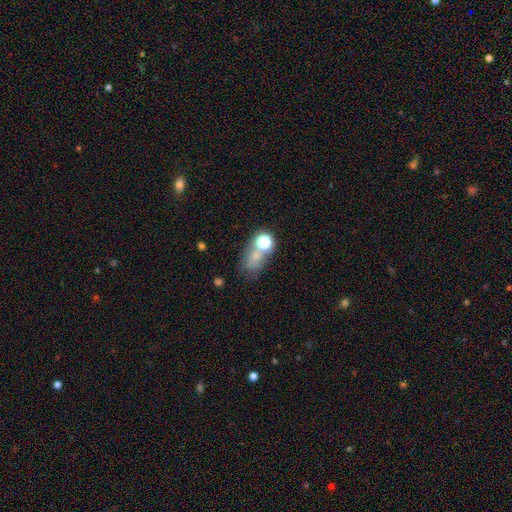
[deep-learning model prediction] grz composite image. It shows a smooth galaxy with no disk features (58%) that is in between round and cigar-shaped (65%). Merging: none (42%).